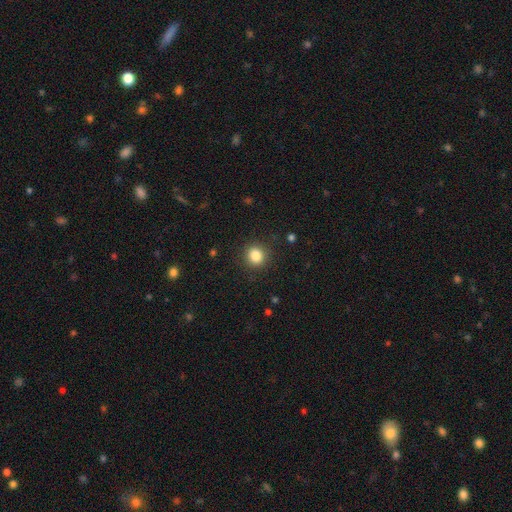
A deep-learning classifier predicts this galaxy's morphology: A smooth galaxy with no disk features (84%) that is round (84%).

Vote fractions:
- Smooth or featured? smooth: 84% / star or artifact: 11% / featured or disk: 5%
- How rounded? round: 84% / in between: 15% / cigar-shaped: 1%
- Merging? none: 90% / minor disturbance: 7% / major disturbance: 2% / merger: 1%